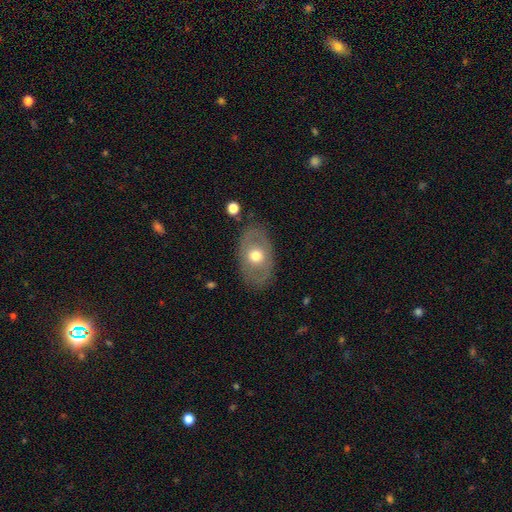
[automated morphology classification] Overall: smooth (49%; featured or disk 45%). Merging: none (81%).